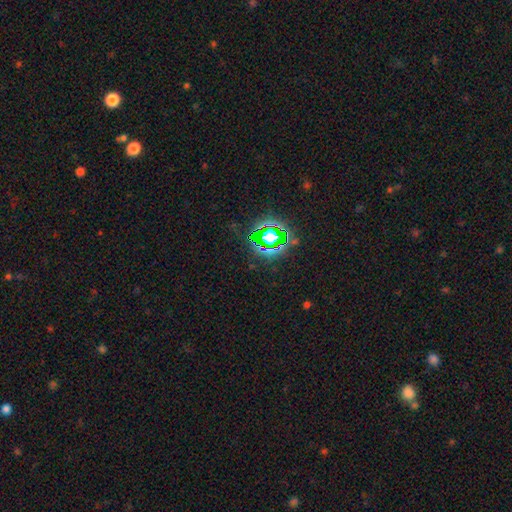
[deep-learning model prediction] Smooth or featured?
  - star or artifact: 80% *
  - smooth: 13%
  - featured or disk: 8%